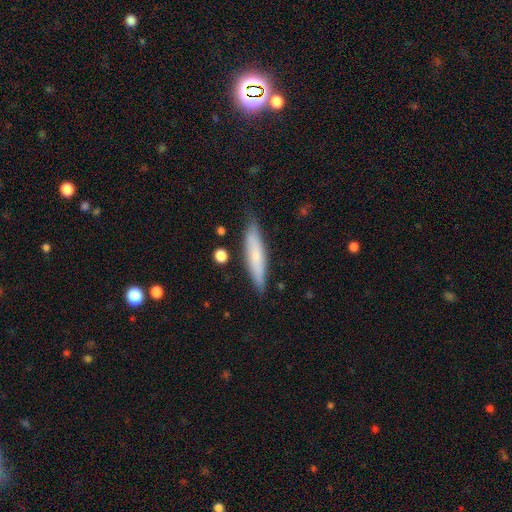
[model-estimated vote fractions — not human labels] Overall: smooth (63%; featured or disk 30%). How rounded: cigar-shaped (86%). Merging: none (83%).